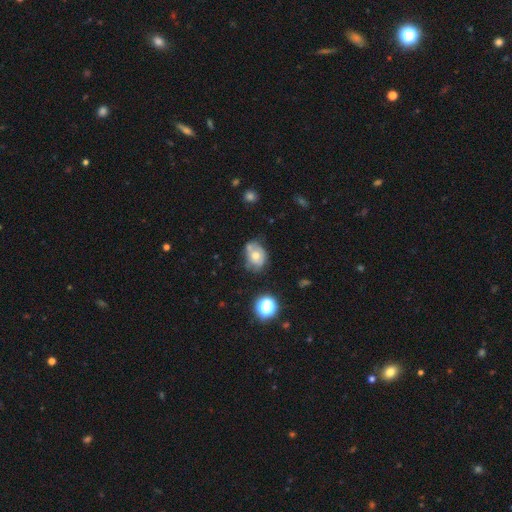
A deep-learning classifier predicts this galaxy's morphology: A smooth galaxy with no disk features (54%) that is in between round and cigar-shaped (60%).

Vote fractions:
- Smooth or featured? smooth: 54% / featured or disk: 34% / star or artifact: 12%
- How rounded? in between: 60% / round: 39% / cigar-shaped: 1%
- Merging? none: 43% / minor disturbance: 30% / merger: 16% / major disturbance: 11%